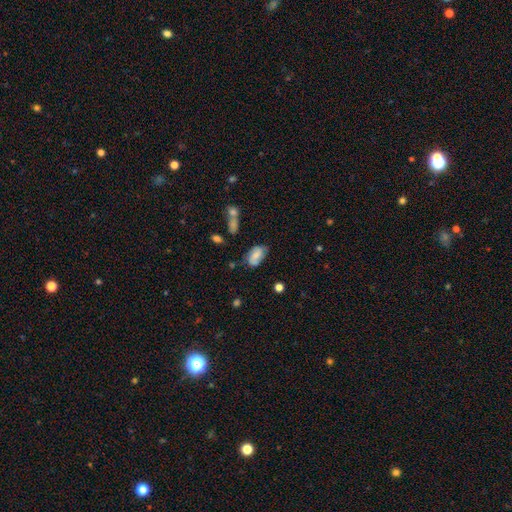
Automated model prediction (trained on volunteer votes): This is possibly a smooth galaxy (59%). How rounded: clearly in between (89%). Merging: likely none (61%).